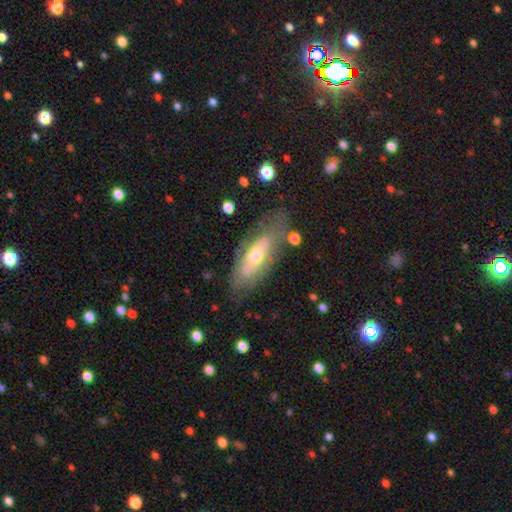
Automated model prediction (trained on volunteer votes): Morphology: type=featured or disk (60%); edge-on=no (79%); merging=none (68%).